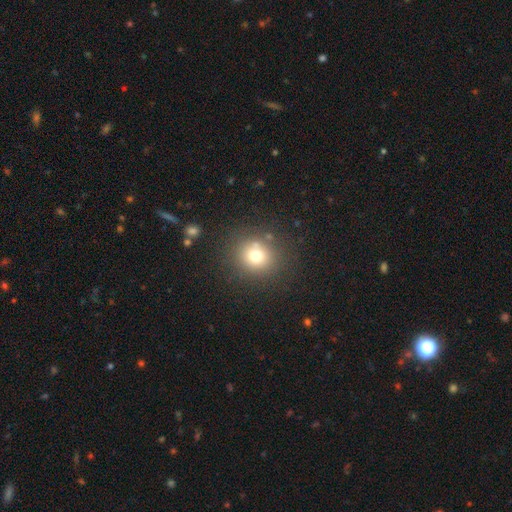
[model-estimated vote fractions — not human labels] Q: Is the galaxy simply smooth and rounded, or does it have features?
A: smooth — 73%.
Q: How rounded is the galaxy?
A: round — 83%.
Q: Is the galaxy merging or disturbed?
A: none — 81%.